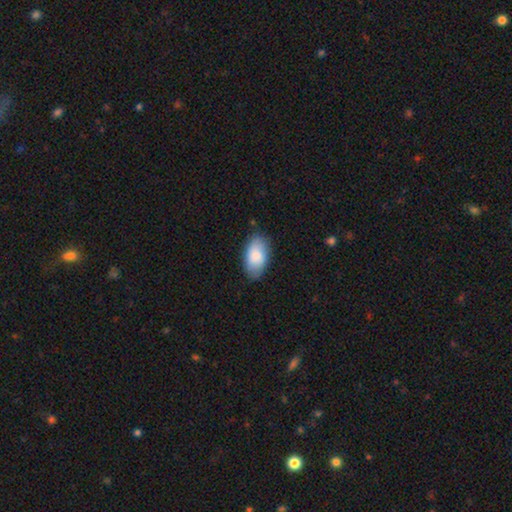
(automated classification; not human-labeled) This appears to be a smooth galaxy with no disk features (86%) that is in between round and cigar-shaped (95%). Merging: none (80%).